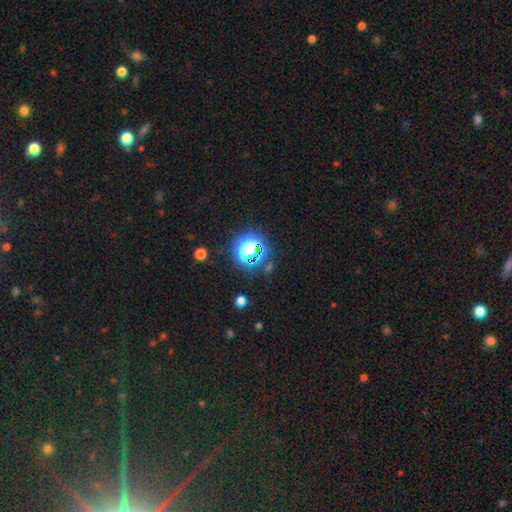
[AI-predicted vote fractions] smooth-or-featured: star or artifact: 78% | smooth: 16% | featured or disk: 6%